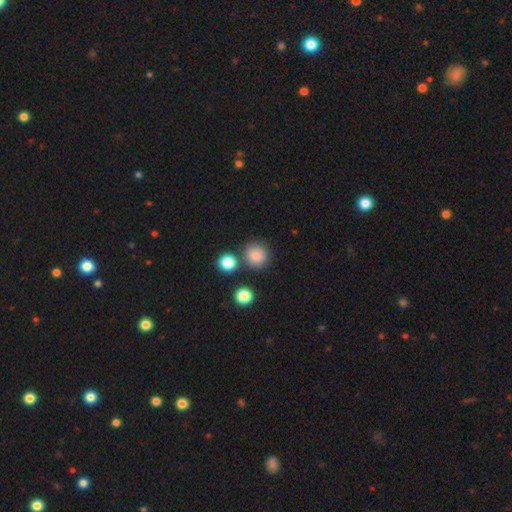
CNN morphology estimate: smooth-or-featured: smooth: 84% | star or artifact: 11% | featured or disk: 5%
  how-rounded: round: 90% | in between: 9% | cigar-shaped: 1%
  merging: none: 77% | minor disturbance: 10% | merger: 9% | major disturbance: 3%